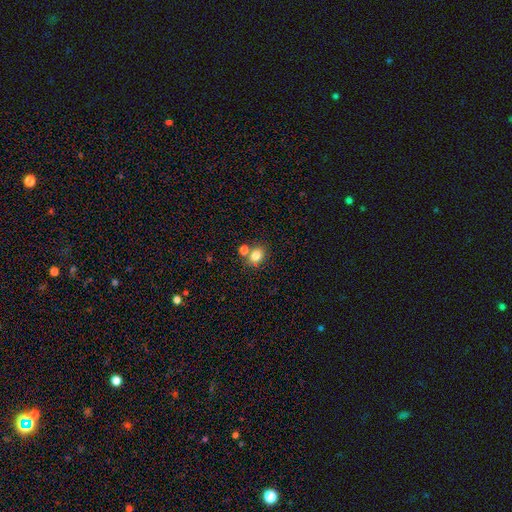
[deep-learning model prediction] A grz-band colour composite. It shows a smooth galaxy with no disk features (80%) that is round (58%). Merging: none (63%).